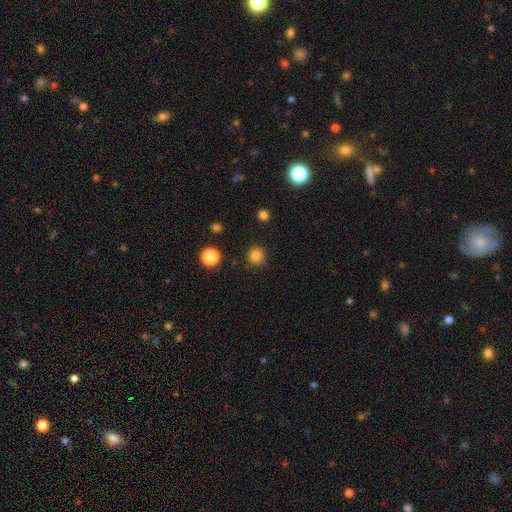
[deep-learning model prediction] Smooth or featured? Predicted: smooth (p=0.83). How rounded? Predicted: round (p=0.94). Merging? Predicted: none (p=0.89).